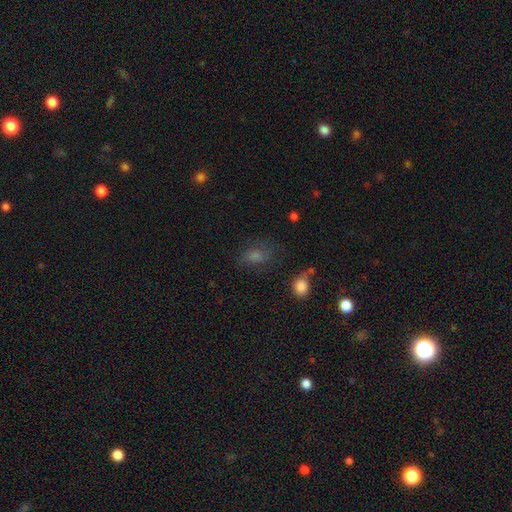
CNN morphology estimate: This is likely a smooth galaxy (64%). How rounded: likely in between (76%). Merging: possibly none (55%).